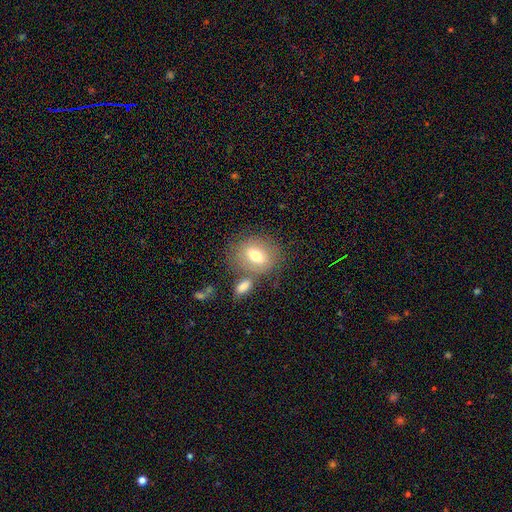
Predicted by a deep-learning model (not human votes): smooth_or_featured: smooth (p=0.66) [alt: featured or disk p=0.25]
how_rounded: round (p=0.50) [alt: in between p=0.48]
merging: none (p=0.63) [alt: merger p=0.19]